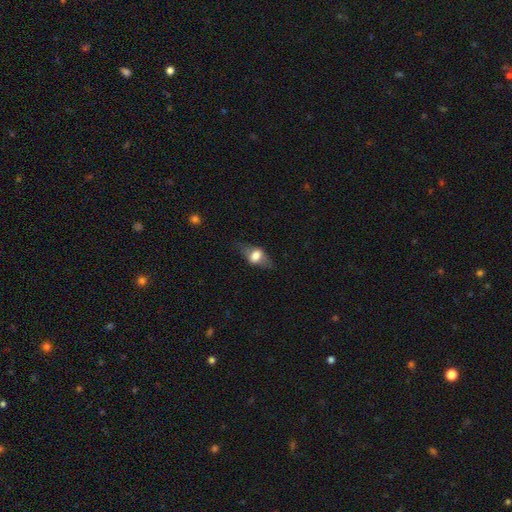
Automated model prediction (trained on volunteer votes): smooth 48%, featured or disk 43%, star or artifact 9%. Down the decision tree: merging — none (69%).